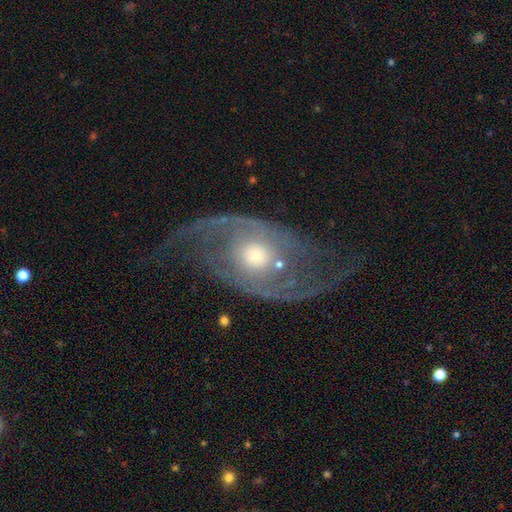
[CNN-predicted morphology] smooth-or-featured: featured or disk: 86% | smooth: 9% | star or artifact: 5%
  disk-edge-on: no: 95% | yes: 5%
    bar: no: 76% | weak: 18% | strong: 7%
    has-spiral-arms: yes: 88% | no: 12%
      spiral-winding: medium: 42% | loose: 36% | tight: 21%
      spiral-arm-count: 2: 88% | can't tell: 5% | 1: 2% | 3: 2% | 4: 2% | more than 4: 2%
    bulge-size: moderate: 57% | small: 24% | large: 15% | dominant: 2% | none: 2%
  merging: none: 64% | minor disturbance: 17% | major disturbance: 16% | merger: 3%